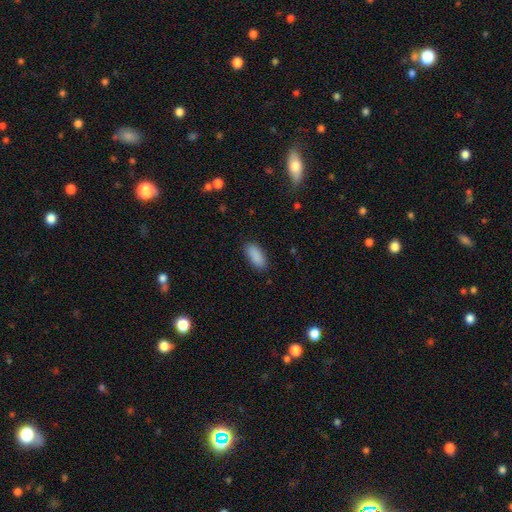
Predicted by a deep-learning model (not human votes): This appears to be a smooth galaxy with no disk features (89%) that is in between round and cigar-shaped (84%). Merging: none (87%).